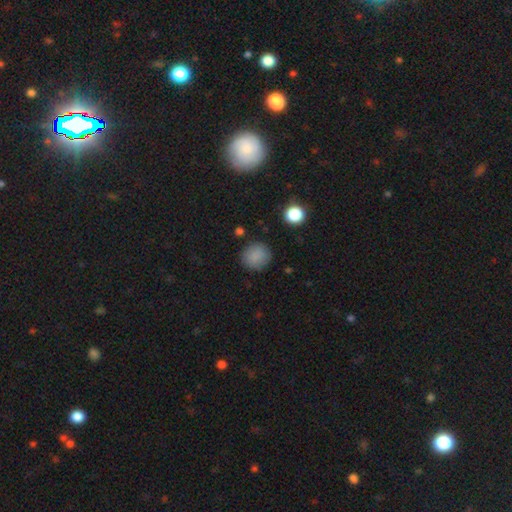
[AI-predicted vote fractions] Overall: smooth (85%). How rounded: round (87%). Merging: none (84%).